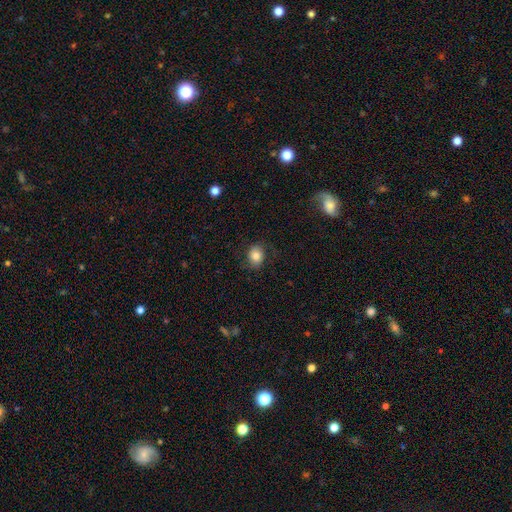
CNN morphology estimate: Overall: smooth (76%). How rounded: in between (52%; round 47%). Merging: none (74%).